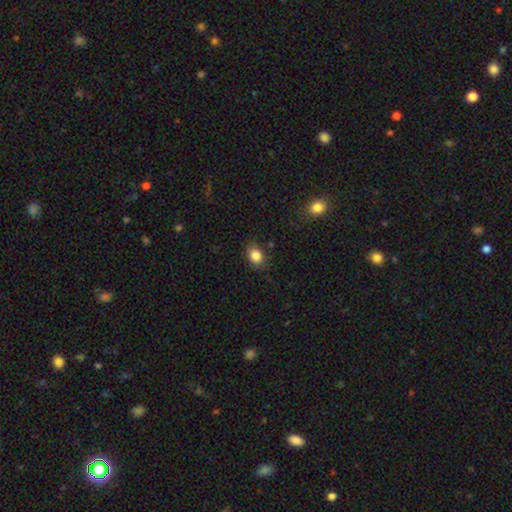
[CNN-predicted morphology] This appears to be a smooth galaxy with no disk features (84%) that is in between round and cigar-shaped (64%). Merging: none (79%).